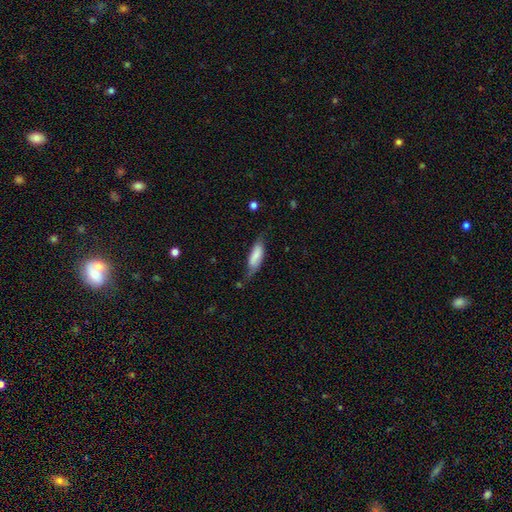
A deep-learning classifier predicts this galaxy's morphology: type=smooth (67%); roundness=in between (62%); merging=none (52%).